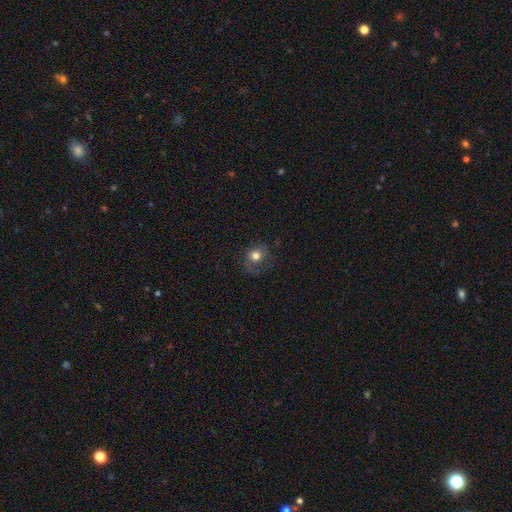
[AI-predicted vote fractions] Overall: smooth (70%). How rounded: round (78%). Merging: none (57%; minor disturbance 22%).